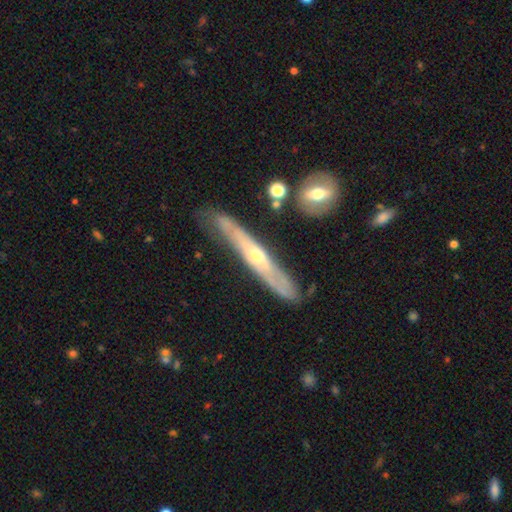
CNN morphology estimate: This appears to be a featured or disk galaxy (69%) viewed edge-on (80%) with a rounded central bulge (75%). Merging: none (75%).